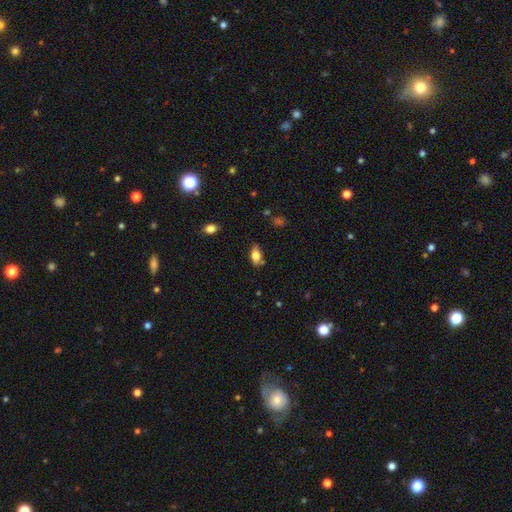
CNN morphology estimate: Q: Smooth or featured?
A: smooth (77%); runner-up: featured or disk (15%)
Q: How rounded?
A: in between (88%); runner-up: cigar-shaped (6%)
Q: Merging?
A: none (71%); runner-up: minor disturbance (21%)